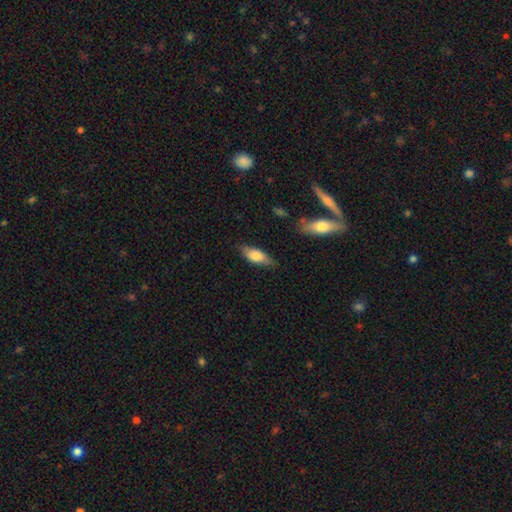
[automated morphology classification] smooth_or_featured: smooth (p=0.73) [alt: featured or disk p=0.21]
how_rounded: in between (p=0.71) [alt: cigar-shaped p=0.27]
merging: none (p=0.78) [alt: minor disturbance p=0.17]